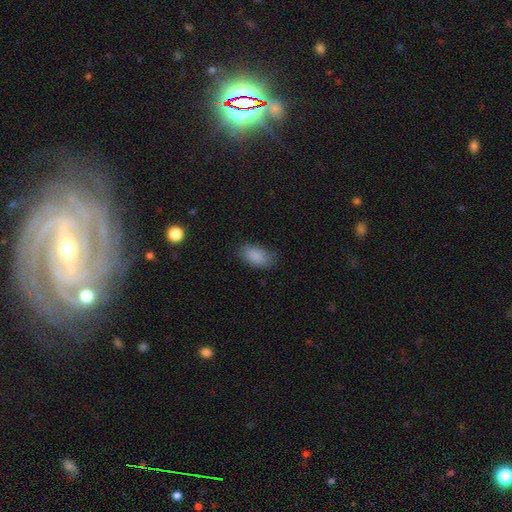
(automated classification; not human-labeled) Smooth or featured: smooth — 88% (star or artifact — 8%)
How rounded: in between — 93% (round — 5%)
Merging: none — 79% (minor disturbance — 16%)